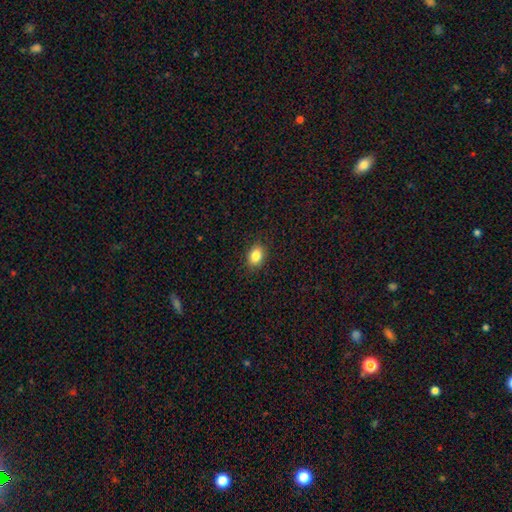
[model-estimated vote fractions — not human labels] Smooth or featured?
  - smooth: 86% *
  - star or artifact: 9%
  - featured or disk: 5%
How rounded?
  - in between: 73% *
  - round: 26%
  - cigar-shaped: 1%
Merging?
  - none: 88% *
  - minor disturbance: 9%
  - major disturbance: 2%
  - merger: 1%